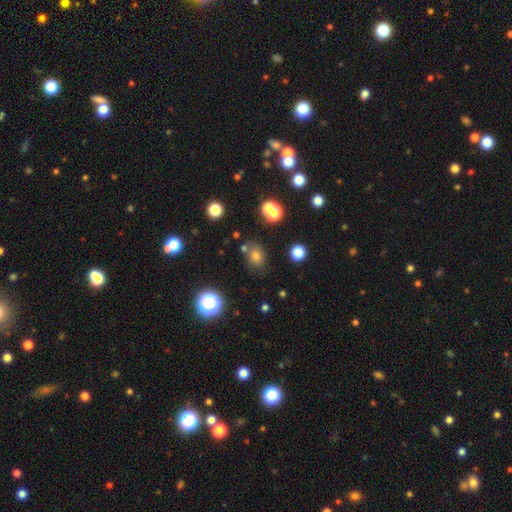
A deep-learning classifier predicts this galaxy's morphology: Smooth or featured: smooth — 70% (star or artifact — 22%)
How rounded: round — 54% (in between — 45%)
Merging: none — 74% (minor disturbance — 13%)